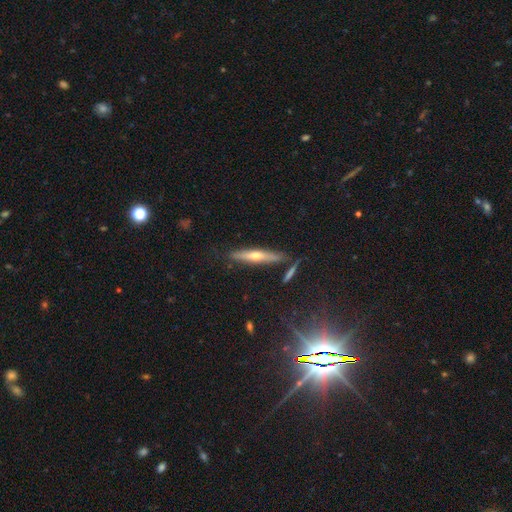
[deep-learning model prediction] This appears to be a featured or disk galaxy (56%) viewed edge-on (93%) with a rounded central bulge (85%). Merging: none (84%).